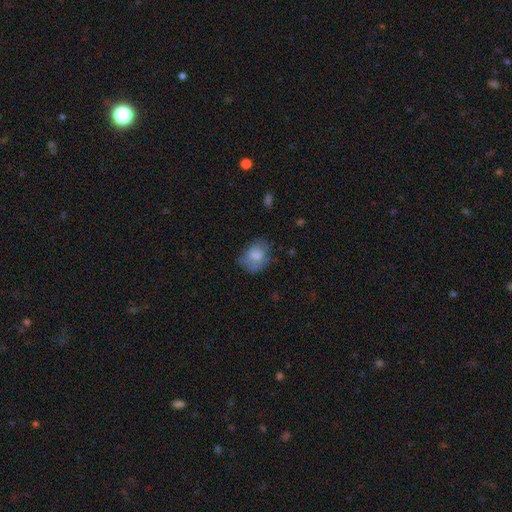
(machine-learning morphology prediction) Overall: smooth (76%). How rounded: in between (53%; round 45%). Merging: none (60%; minor disturbance 28%).